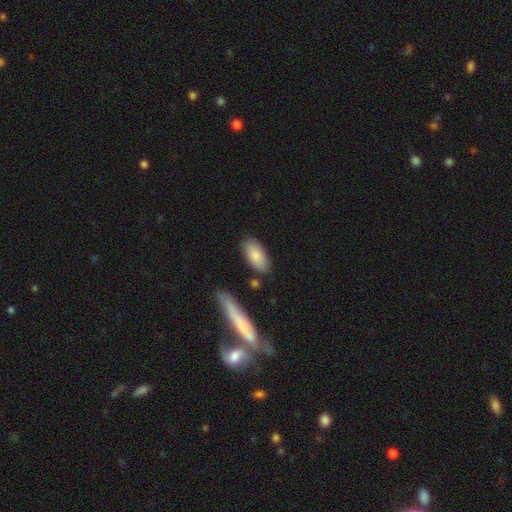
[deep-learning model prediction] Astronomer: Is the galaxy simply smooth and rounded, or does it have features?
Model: smooth — 84%.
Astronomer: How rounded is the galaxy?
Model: in between — 89%.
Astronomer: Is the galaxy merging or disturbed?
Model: none — 80%.